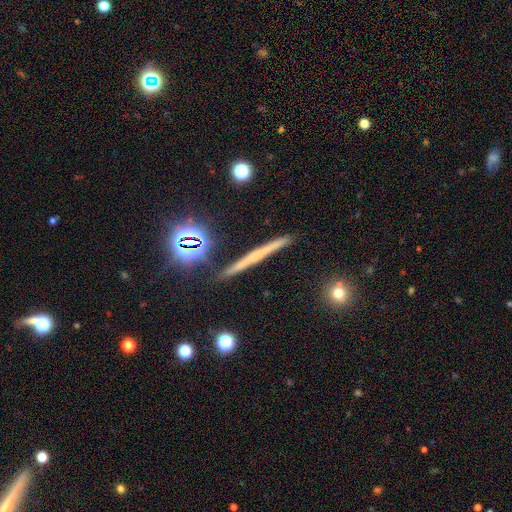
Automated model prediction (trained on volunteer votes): Smooth or featured?
  - featured or disk: 51% *
  - smooth: 34%
  - star or artifact: 15%
Edge-on disk?
  - yes: 96% *
  - no: 4%
Merging?
  - none: 90% *
  - minor disturbance: 7%
  - merger: 2%
  - major disturbance: 2%